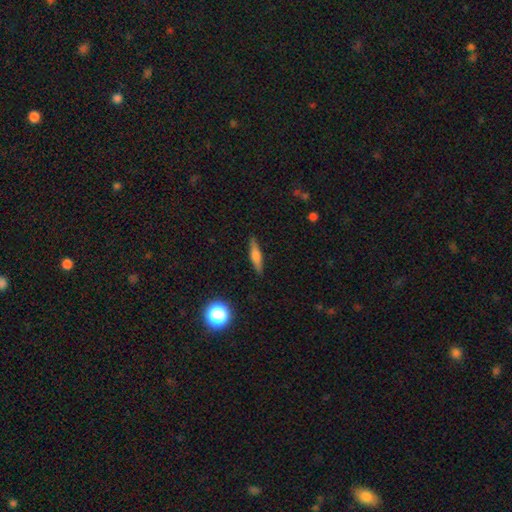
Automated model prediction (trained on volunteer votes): Smooth or featured?
  - smooth: 52% *
  - featured or disk: 39%
  - star or artifact: 9%
How rounded?
  - cigar-shaped: 78% *
  - in between: 18%
  - round: 4%
Merging?
  - none: 88% *
  - minor disturbance: 9%
  - major disturbance: 2%
  - merger: 1%